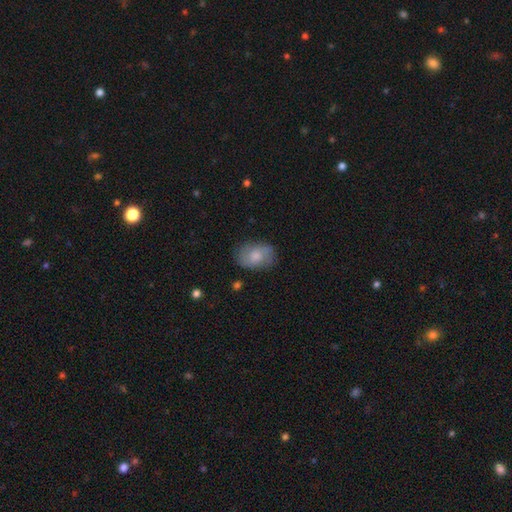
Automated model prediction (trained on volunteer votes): Smooth or featured?
  - smooth: 62% *
  - featured or disk: 31%
  - star or artifact: 7%
How rounded?
  - in between: 81% *
  - round: 18%
  - cigar-shaped: 1%
Merging?
  - none: 75% *
  - minor disturbance: 18%
  - major disturbance: 5%
  - merger: 1%